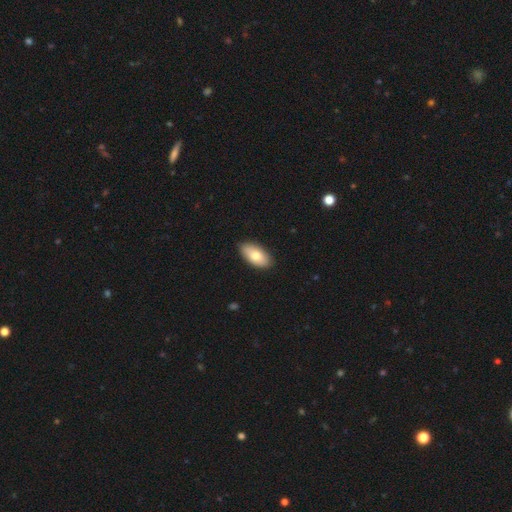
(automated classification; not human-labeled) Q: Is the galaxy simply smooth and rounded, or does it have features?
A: smooth — 77%.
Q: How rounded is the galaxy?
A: in between — 94%.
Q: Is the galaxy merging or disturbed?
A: none — 88%.